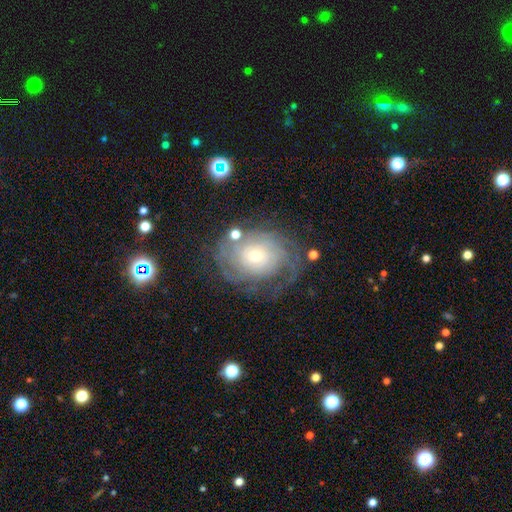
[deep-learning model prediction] Smooth or featured? Predicted: featured or disk (p=0.81). Edge-on disk? Predicted: no (p=0.97). Bar? Predicted: no (p=0.77). Spiral arms? Predicted: yes (p=0.93). Spiral winding? Predicted: tight (p=0.69). Spiral arm count? Predicted: can't tell (p=0.43). Bulge size? Predicted: small (p=0.53). Merging? Predicted: none (p=0.64).